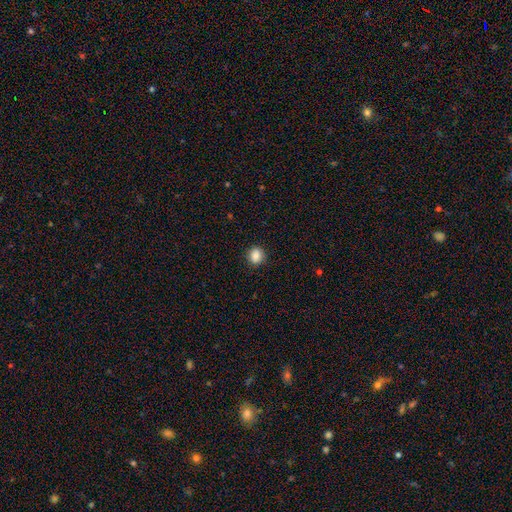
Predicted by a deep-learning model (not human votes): Q: Smooth or featured?
A: smooth (87%); runner-up: star or artifact (9%)
Q: How rounded?
A: round (75%); runner-up: in between (24%)
Q: Merging?
A: none (87%); runner-up: minor disturbance (9%)